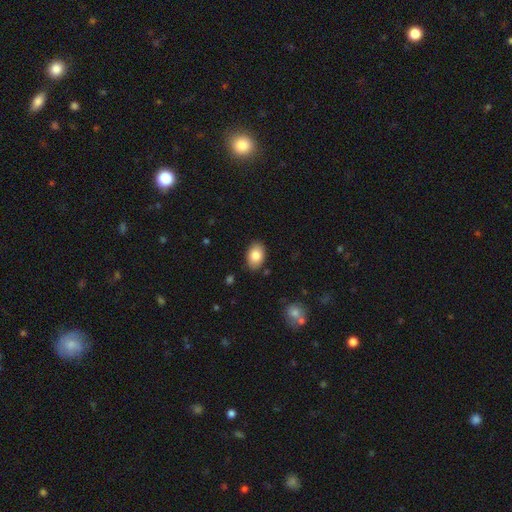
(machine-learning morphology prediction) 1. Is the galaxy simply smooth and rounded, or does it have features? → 84% smooth, 9% featured or disk, 7% star or artifact.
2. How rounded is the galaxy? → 88% in between, 11% round, 1% cigar-shaped.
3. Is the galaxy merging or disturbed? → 86% none, 11% minor disturbance, 2% major disturbance, 2% merger.